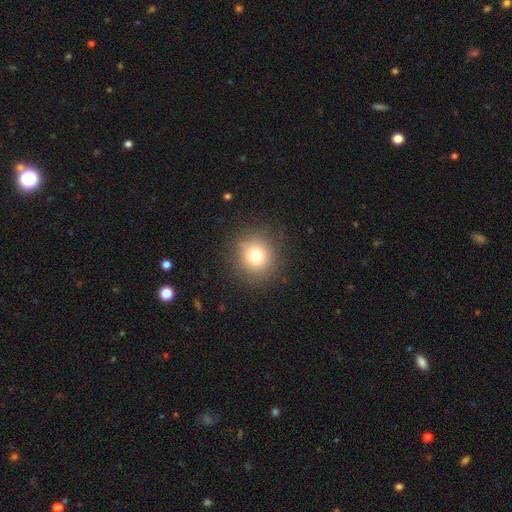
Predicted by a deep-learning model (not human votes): This is likely a smooth galaxy (76%). How rounded: clearly round (90%). Merging: clearly none (86%).